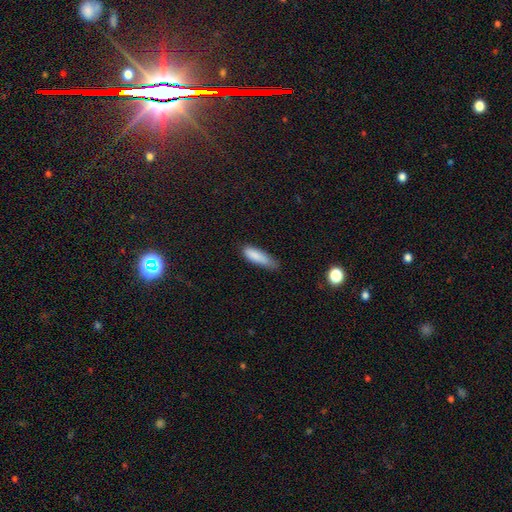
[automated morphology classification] smooth_or_featured: smooth (p=0.86) [alt: featured or disk p=0.07]
how_rounded: cigar-shaped (p=0.55) [alt: in between p=0.43]
merging: none (p=0.52) [alt: minor disturbance p=0.39]